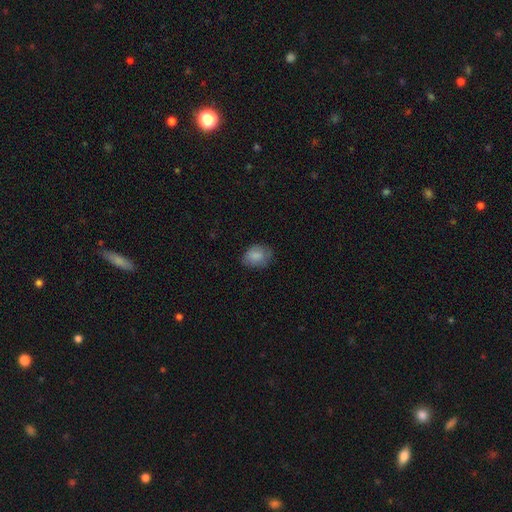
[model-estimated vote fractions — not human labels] The model was most divided on "how rounded": in between: 63%, round: 36%, cigar-shaped: 1%. More confident: smooth or featured — smooth (83%); merging — none (70%).